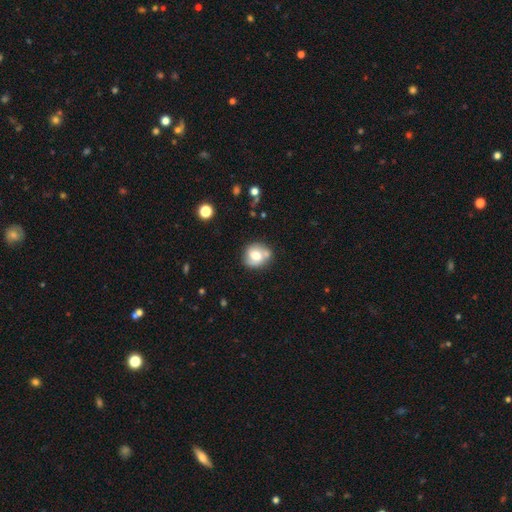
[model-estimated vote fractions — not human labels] Smooth or featured? smooth (53%)
How rounded? round (76%)
Merging? none (61%)